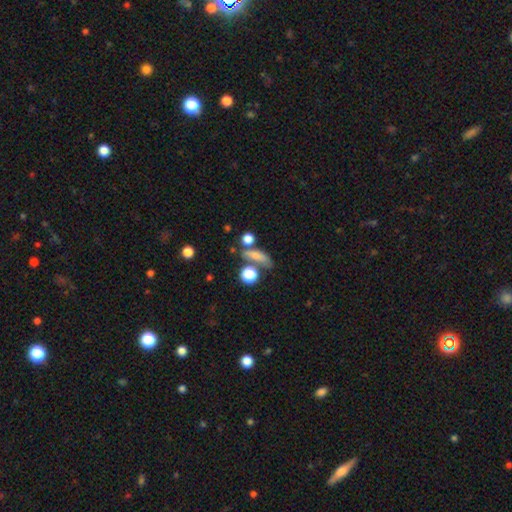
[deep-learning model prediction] This is likely a smooth galaxy (71%). How rounded: marginally in between (41%). Merging: possibly none (52%).